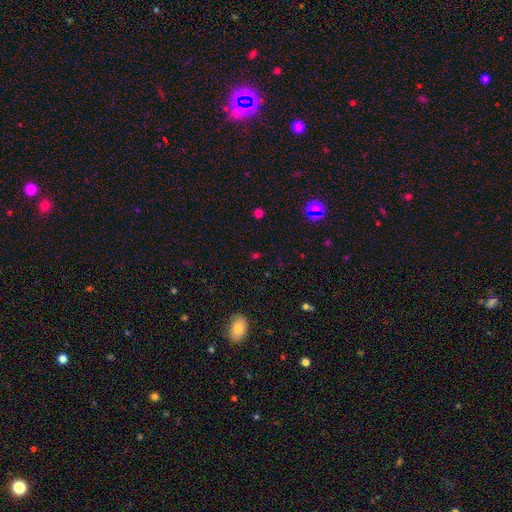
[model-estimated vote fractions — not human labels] This is possibly a star or artifact rather than a galaxy (49%).